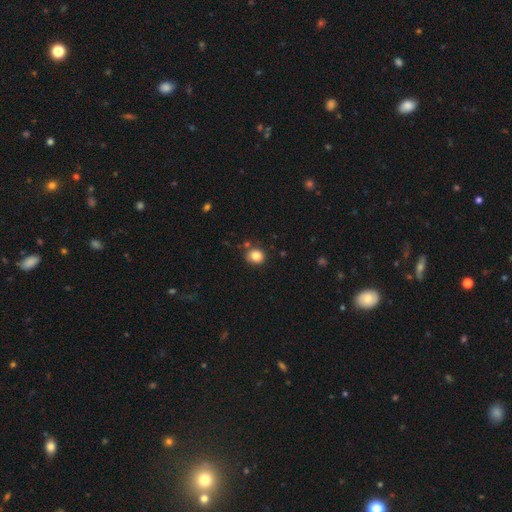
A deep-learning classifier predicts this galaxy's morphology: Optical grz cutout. It shows a smooth galaxy with no disk features (84%) that is round (80%). Merging: none (80%).